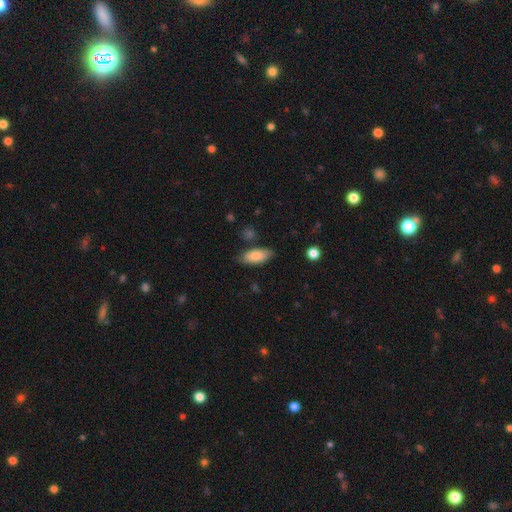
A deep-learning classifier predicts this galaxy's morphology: smooth 83%, featured or disk 11%, star or artifact 6%. Down the decision tree: how rounded — in between (82%); merging — none (77%).